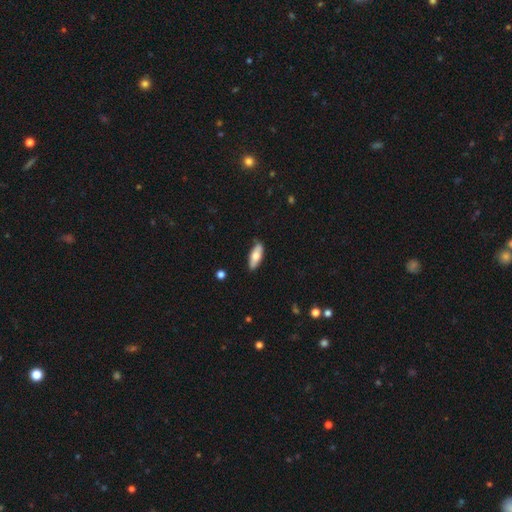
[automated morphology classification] Q: Smooth or featured?
A: smooth (67%); runner-up: featured or disk (27%)
Q: How rounded?
A: in between (71%); runner-up: cigar-shaped (27%)
Q: Merging?
A: none (82%); runner-up: minor disturbance (14%)